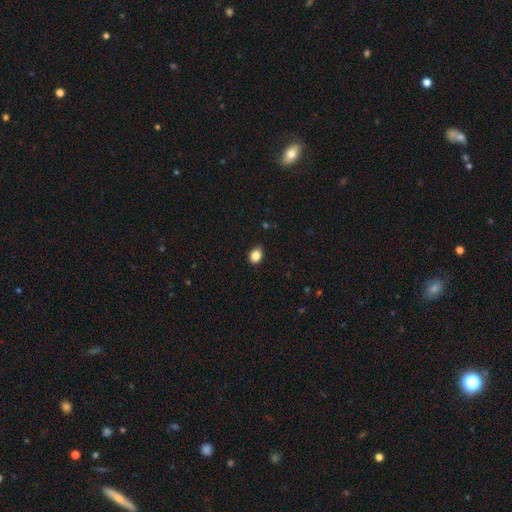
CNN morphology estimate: Smooth or featured: smooth — 86% (star or artifact — 10%)
How rounded: in between — 54% (round — 45%)
Merging: none — 84% (minor disturbance — 13%)